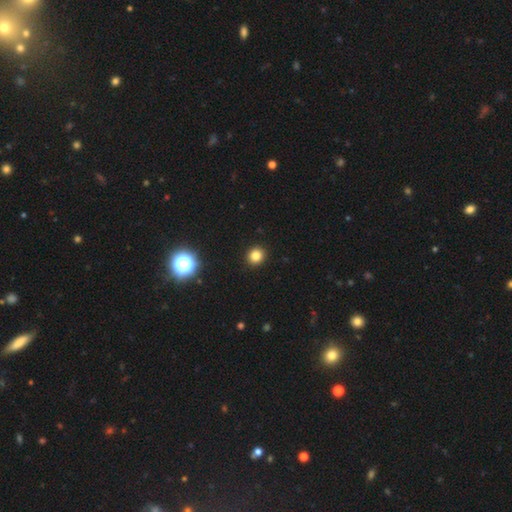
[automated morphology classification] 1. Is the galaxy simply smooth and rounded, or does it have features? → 82% smooth, 14% star or artifact, 5% featured or disk.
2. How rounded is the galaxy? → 87% round, 12% in between, 1% cigar-shaped.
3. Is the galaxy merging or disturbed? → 93% none, 5% minor disturbance, 2% major disturbance, 1% merger.